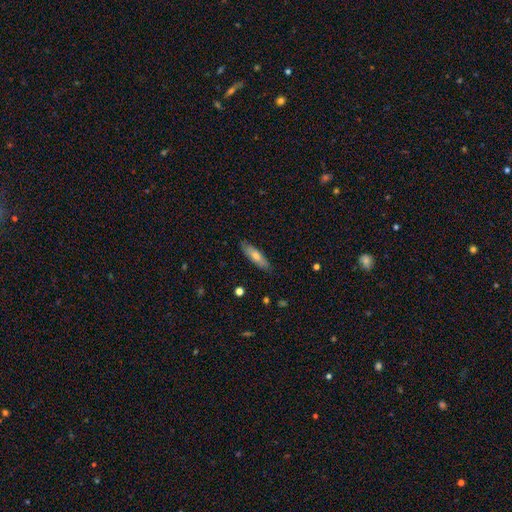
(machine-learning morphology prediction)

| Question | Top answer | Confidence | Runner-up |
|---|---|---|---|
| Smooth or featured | smooth | 61% | featured or disk (33%) |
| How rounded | cigar-shaped | 58% | in between (40%) |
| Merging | none | 85% | minor disturbance (12%) |